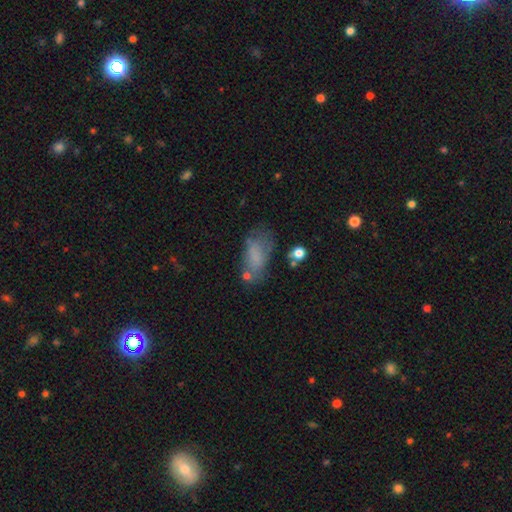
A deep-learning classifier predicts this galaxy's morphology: Smooth or featured?
  - smooth: 68% *
  - featured or disk: 21%
  - star or artifact: 11%
How rounded?
  - in between: 88% *
  - cigar-shaped: 8%
  - round: 5%
Merging?
  - none: 50% *
  - minor disturbance: 26%
  - major disturbance: 17%
  - merger: 8%